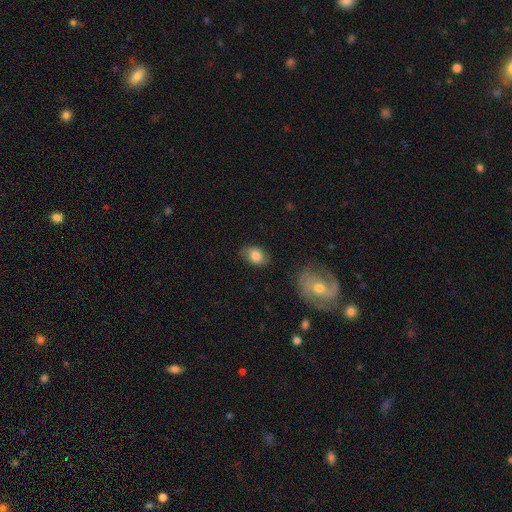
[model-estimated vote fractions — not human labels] Morphology: type=smooth (75%); roundness=in between (78%); merging=none (74%).